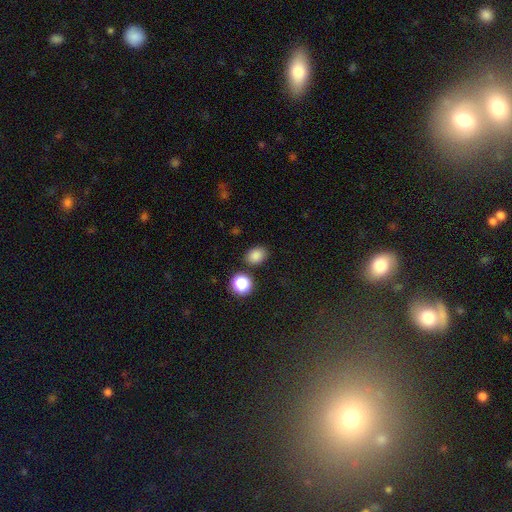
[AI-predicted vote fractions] Smooth or featured? Predicted: smooth (p=0.85). How rounded? Predicted: in between (p=0.58). Merging? Predicted: none (p=0.81).